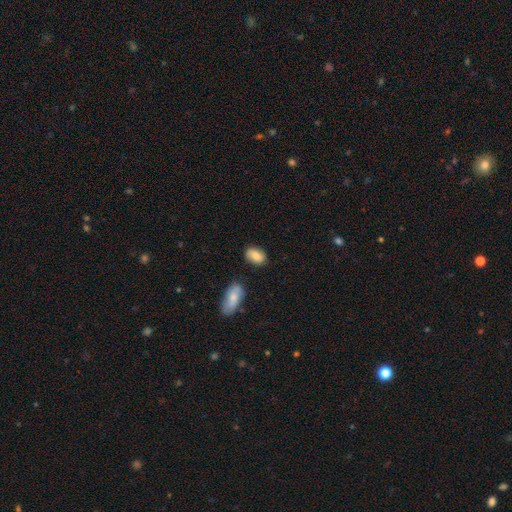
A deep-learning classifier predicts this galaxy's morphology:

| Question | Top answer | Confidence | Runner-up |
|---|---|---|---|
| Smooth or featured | smooth | 81% | featured or disk (12%) |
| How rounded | in between | 89% | round (9%) |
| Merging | none | 78% | minor disturbance (15%) |